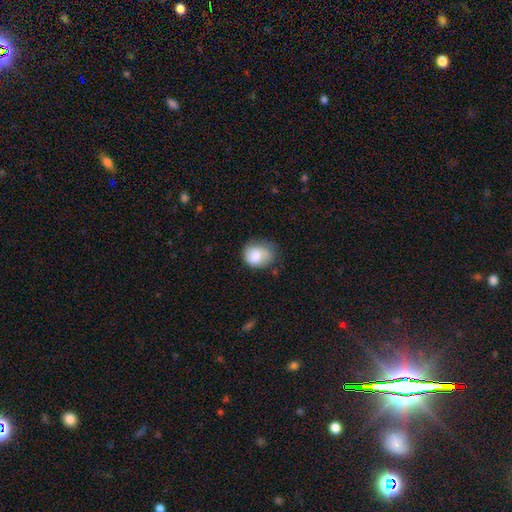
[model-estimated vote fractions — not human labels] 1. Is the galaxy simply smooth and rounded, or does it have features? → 78% smooth, 14% featured or disk, 8% star or artifact.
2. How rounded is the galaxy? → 51% round, 48% in between, 1% cigar-shaped.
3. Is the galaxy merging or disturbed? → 43% none, 37% minor disturbance, 15% major disturbance, 5% merger.